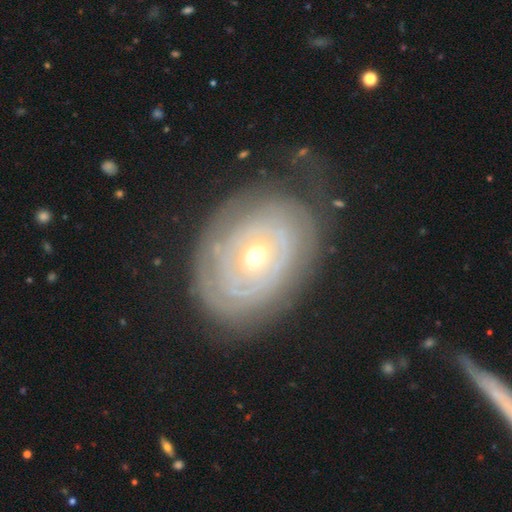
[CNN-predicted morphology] Smooth or featured: featured or disk — 77% (smooth — 17%)
Edge-on disk: no — 95% (yes — 5%)
Bar: no — 84% (weak — 12%)
Spiral arms: yes — 71% (no — 29%)
Spiral winding: tight — 84% (medium — 11%)
Spiral arm count: can't tell — 56% (2 — 16%)
Bulge size: small — 51% (moderate — 45%)
Merging: none — 72% (minor disturbance — 17%)